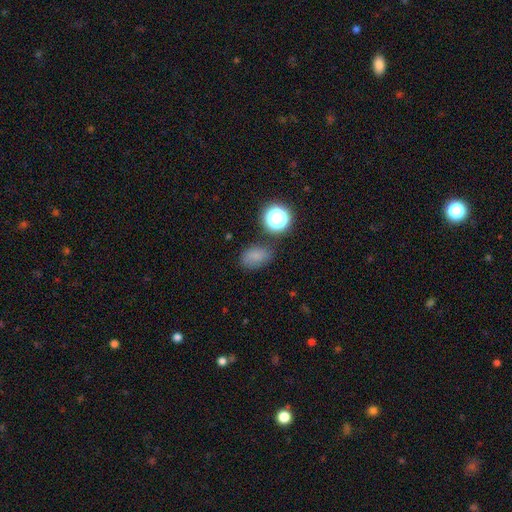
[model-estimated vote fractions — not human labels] This is likely a smooth galaxy (72%). How rounded: likely in between (72%). Merging: likely none (69%).